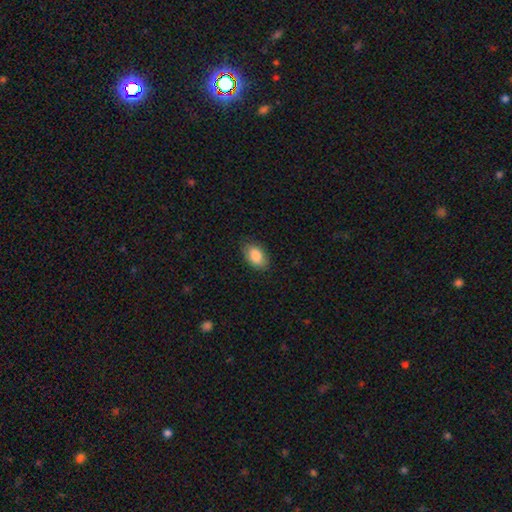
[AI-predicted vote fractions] Smooth or featured?
  - smooth: 87% *
  - star or artifact: 7%
  - featured or disk: 6%
How rounded?
  - in between: 91% *
  - round: 8%
  - cigar-shaped: 2%
Merging?
  - none: 84% *
  - minor disturbance: 12%
  - major disturbance: 3%
  - merger: 1%